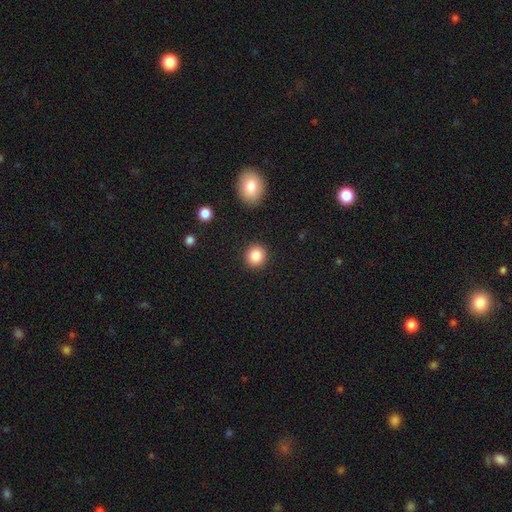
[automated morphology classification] type=smooth (85%); roundness=round (88%); merging=none (91%).